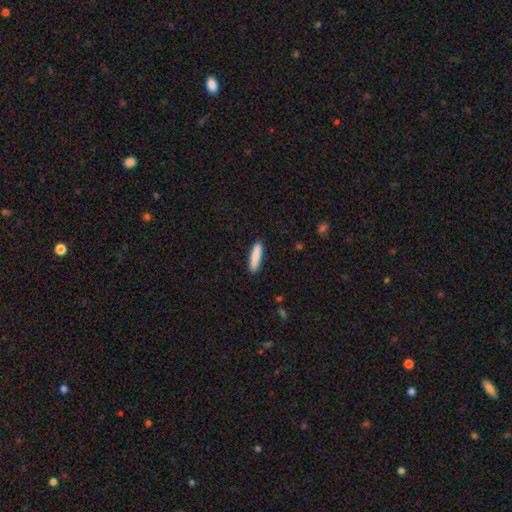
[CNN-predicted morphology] This appears to be a smooth galaxy with no disk features (87%) that is cigar-shaped (85%). Merging: none (90%).